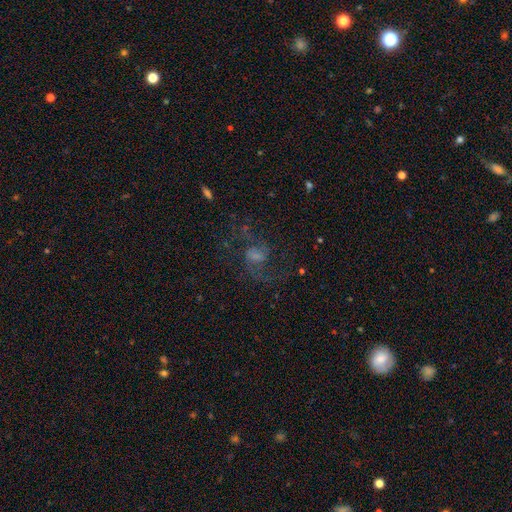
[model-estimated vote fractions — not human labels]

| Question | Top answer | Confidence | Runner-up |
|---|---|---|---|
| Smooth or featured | featured or disk | 66% | smooth (19%) |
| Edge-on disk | no | 97% | yes (3%) |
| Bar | weak | 46% | no (43%) |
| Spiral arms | yes | 84% | no (16%) |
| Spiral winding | loose | 51% | medium (40%) |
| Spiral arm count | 2 | 74% | can't tell (10%) |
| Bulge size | small | 40% | moderate (27%) |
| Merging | none | 52% | major disturbance (29%) |